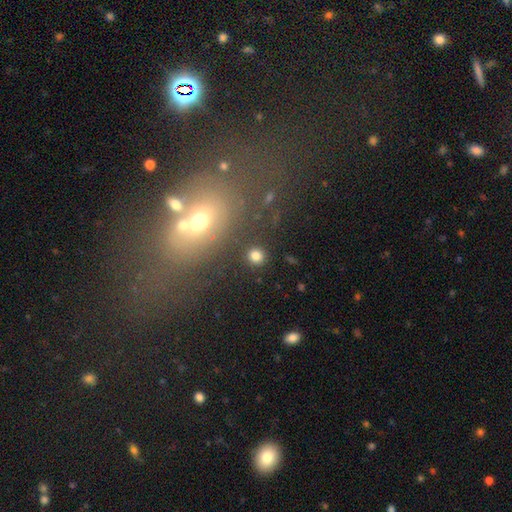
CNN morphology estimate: Smooth or featured?
  - smooth: 81% *
  - star or artifact: 13%
  - featured or disk: 6%
How rounded?
  - round: 88% *
  - in between: 11%
  - cigar-shaped: 1%
Merging?
  - none: 88% *
  - minor disturbance: 6%
  - merger: 4%
  - major disturbance: 3%